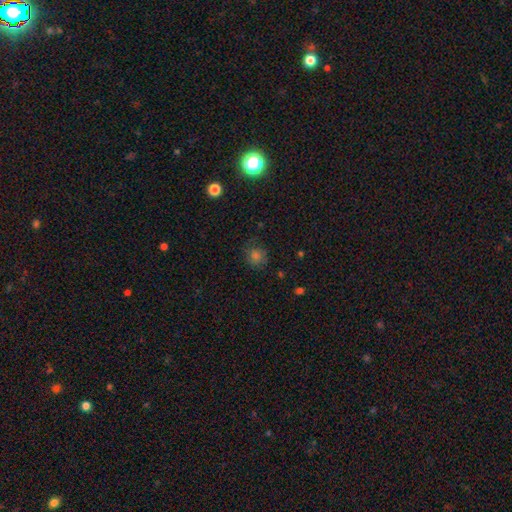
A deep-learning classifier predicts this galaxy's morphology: A smooth galaxy with no disk features (70%) that is round (86%). Merging: none (78%).